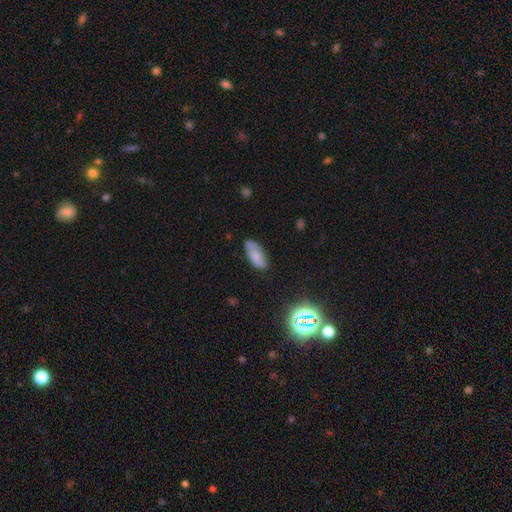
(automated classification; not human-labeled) This appears to be a smooth galaxy with no disk features (77%) that is in between round and cigar-shaped (84%). Merging: none (72%).